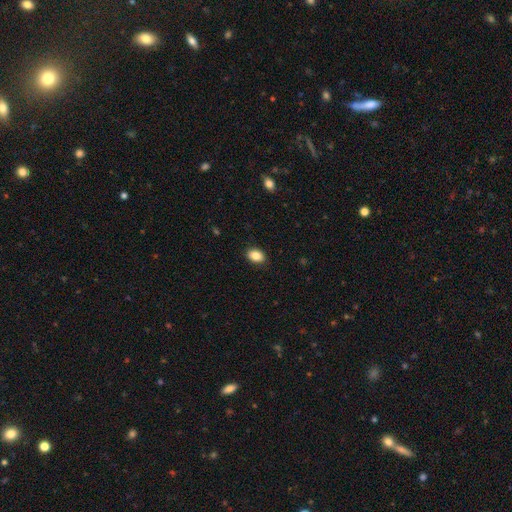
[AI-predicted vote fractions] smooth-or-featured: smooth: 87% | star or artifact: 8% | featured or disk: 5%
  how-rounded: in between: 81% | round: 18% | cigar-shaped: 1%
  merging: none: 89% | minor disturbance: 8% | major disturbance: 2% | merger: 1%